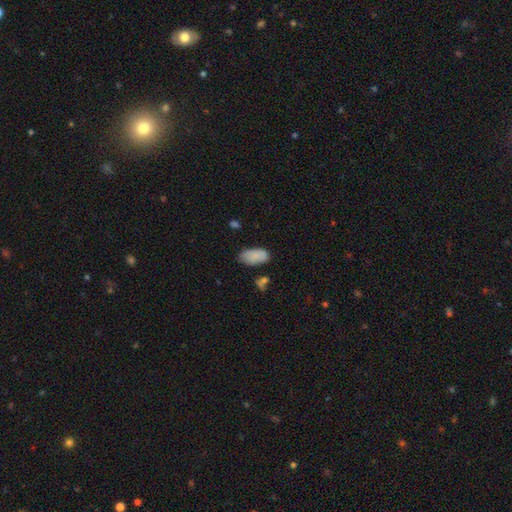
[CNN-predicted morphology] Overall: smooth (83%). How rounded: in between (93%). Merging: none (61%; minor disturbance 26%).